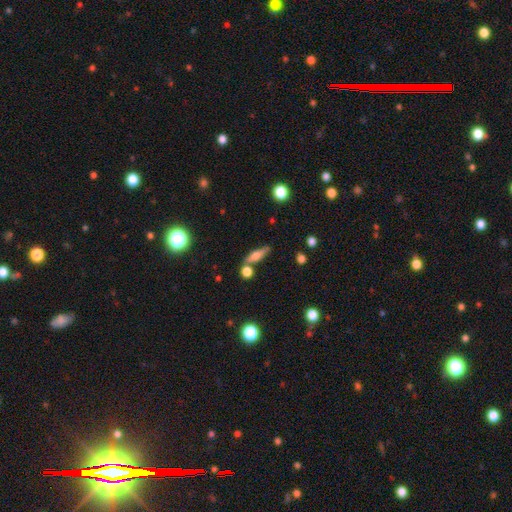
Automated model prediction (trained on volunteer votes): A smooth galaxy with no disk features (54%) that is cigar-shaped (61%).

Vote fractions:
- Smooth or featured? smooth: 54% / featured or disk: 35% / star or artifact: 10%
- How rounded? cigar-shaped: 61% / in between: 33% / round: 6%
- Merging? none: 66% / merger: 16% / minor disturbance: 14% / major disturbance: 4%